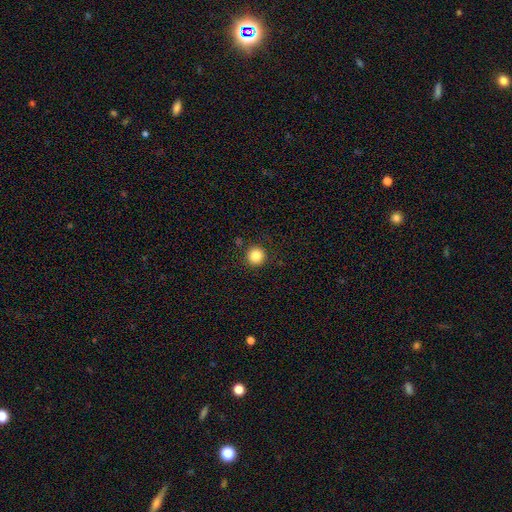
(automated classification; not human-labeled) smooth 85%, star or artifact 11%, featured or disk 5%. Down the decision tree: how rounded — round (95%); merging — none (90%).